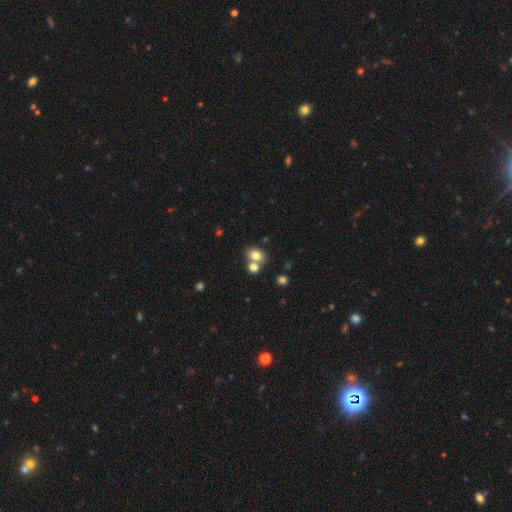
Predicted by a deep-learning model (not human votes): Smooth or featured? smooth (78%)
How rounded? in between (60%)
Merging? none (49%)